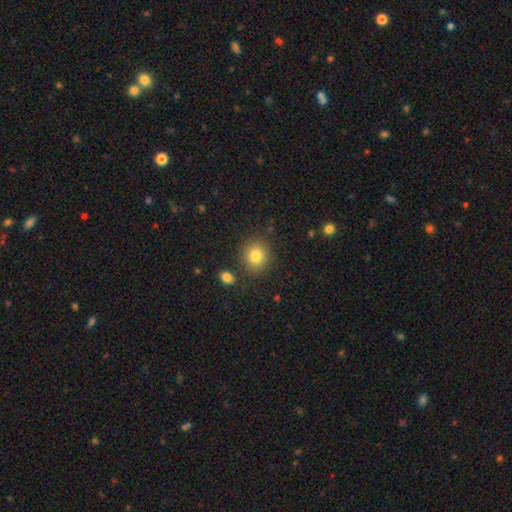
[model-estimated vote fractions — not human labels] Smooth or featured? smooth (82%)
How rounded? round (82%)
Merging? none (84%)